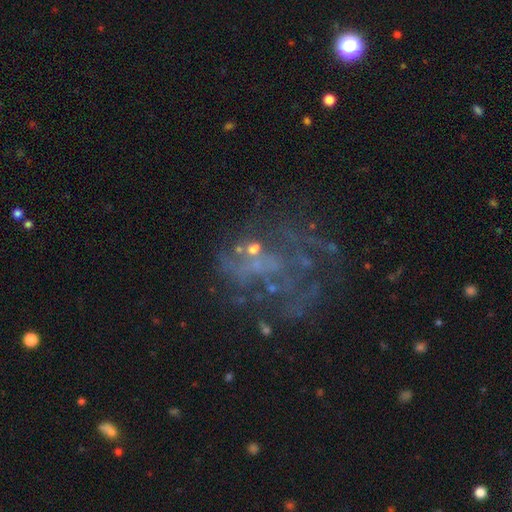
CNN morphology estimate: featured or disk 65%, star or artifact 21%, smooth 14%. Down the decision tree: edge-on disk — no (98%); bar — no (88%); spiral arms — no (75%); bulge size — none (59%); merging — none (43%).